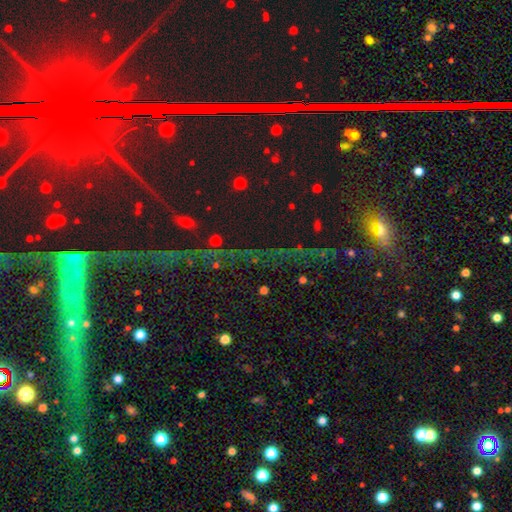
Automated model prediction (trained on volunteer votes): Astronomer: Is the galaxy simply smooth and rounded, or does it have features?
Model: star or artifact — 80%.